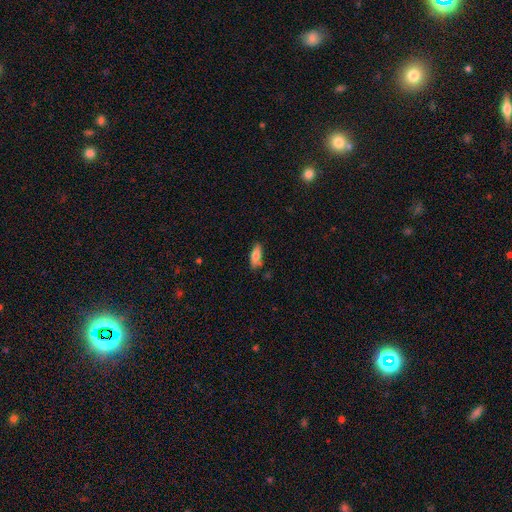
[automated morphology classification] Smooth or featured: smooth — 80% (featured or disk — 13%)
How rounded: in between — 68% (cigar-shaped — 30%)
Merging: none — 74% (minor disturbance — 18%)